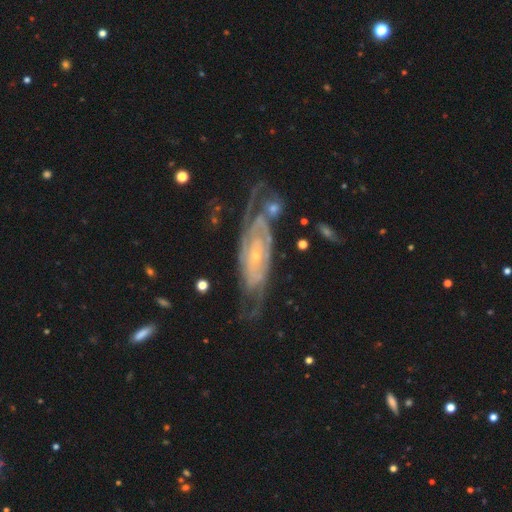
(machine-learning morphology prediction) A featured or disk galaxy (87%) with no bar (63%), 2 (34%, tied with can't tell) tight (69%) spiral arms (96%) and a small central bulge (80%). Merging: none (59%).